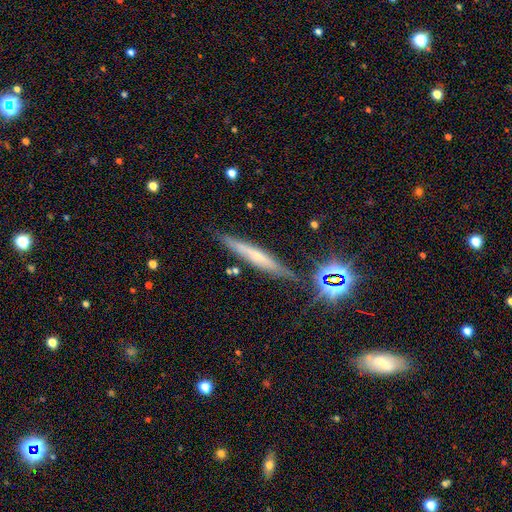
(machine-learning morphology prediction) A featured or disk galaxy (45%).

Vote fractions:
- Smooth or featured? featured or disk: 45% / smooth: 38% / star or artifact: 17%
- Merging? none: 80% / minor disturbance: 13% / merger: 4% / major disturbance: 3%